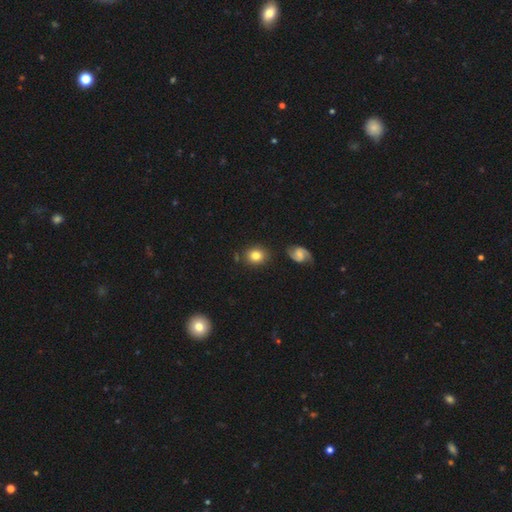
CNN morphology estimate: smooth-or-featured: smooth: 78% | featured or disk: 13% | star or artifact: 9%
  how-rounded: round: 71% | in between: 28% | cigar-shaped: 1%
  merging: none: 81% | minor disturbance: 12% | merger: 5% | major disturbance: 3%